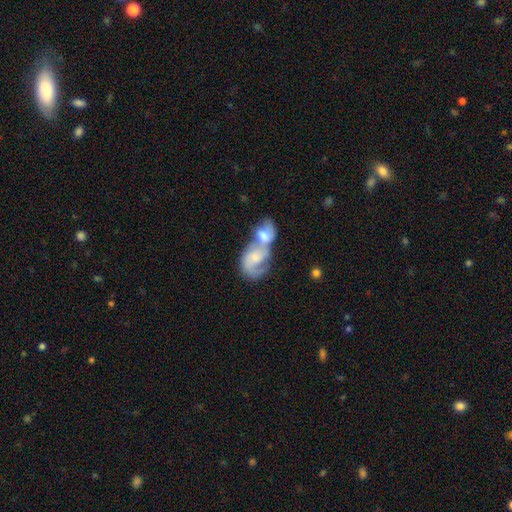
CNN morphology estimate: The model was most divided on "bulge size": moderate: 44%, small: 36%, none: 11%, large: 7%, dominant: 2%. Remaining: edge-on disk — no (96%); spiral arms — yes (83%); merging — merger (79%); smooth or featured — featured or disk (63%); spiral arm count — 2 (61%); bar — no (59%); spiral winding — medium (43%).